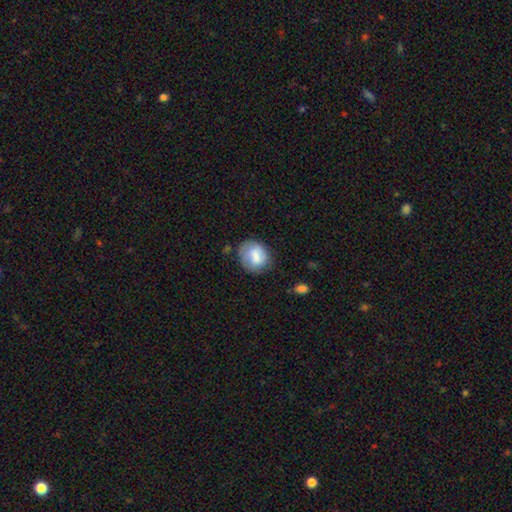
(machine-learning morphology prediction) A smooth galaxy with no disk features (75%) that is round (61%). Merging: none (60%).